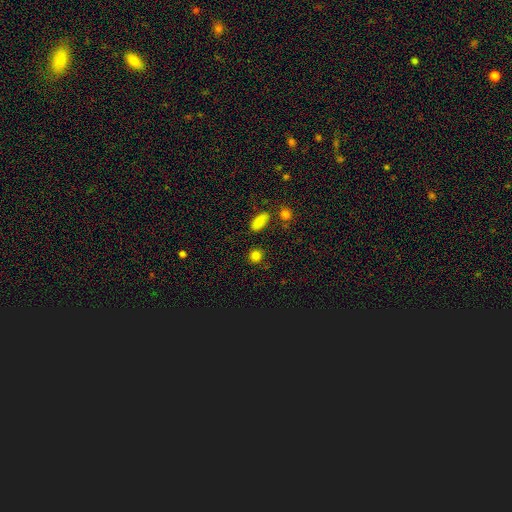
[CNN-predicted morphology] This is clearly a smooth galaxy (81%). How rounded: clearly round (85%). Merging: clearly none (86%).